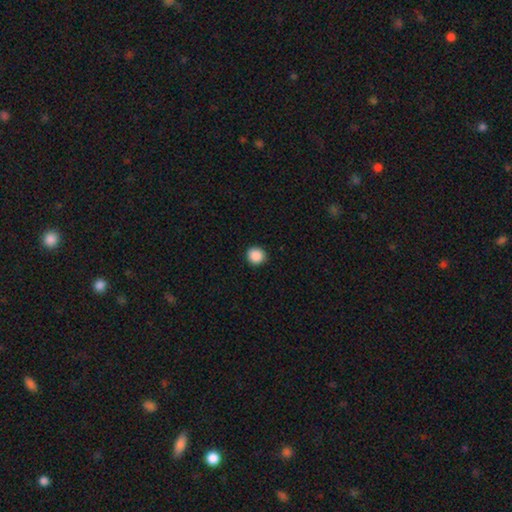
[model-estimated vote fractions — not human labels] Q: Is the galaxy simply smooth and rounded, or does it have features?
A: smooth — 89%.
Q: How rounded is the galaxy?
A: round — 93%.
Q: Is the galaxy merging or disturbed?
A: none — 92%.